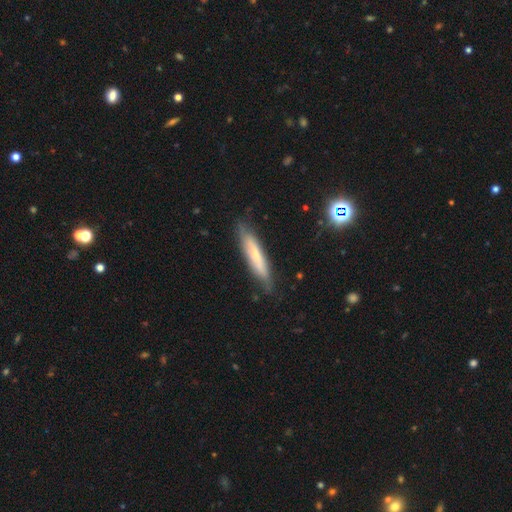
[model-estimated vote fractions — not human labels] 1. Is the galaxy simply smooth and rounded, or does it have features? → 50% smooth, 43% featured or disk, 7% star or artifact.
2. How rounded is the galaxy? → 85% cigar-shaped, 13% in between, 1% round.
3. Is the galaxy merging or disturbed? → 79% none, 16% minor disturbance, 3% major disturbance, 2% merger.